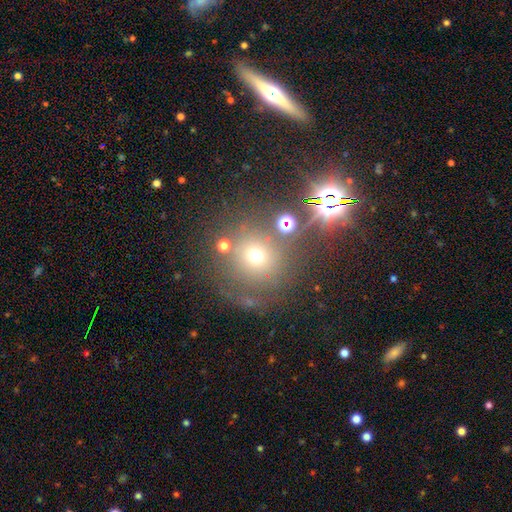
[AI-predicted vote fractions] A smooth galaxy with no disk features (60%) that is round (92%). Merging: none (73%).